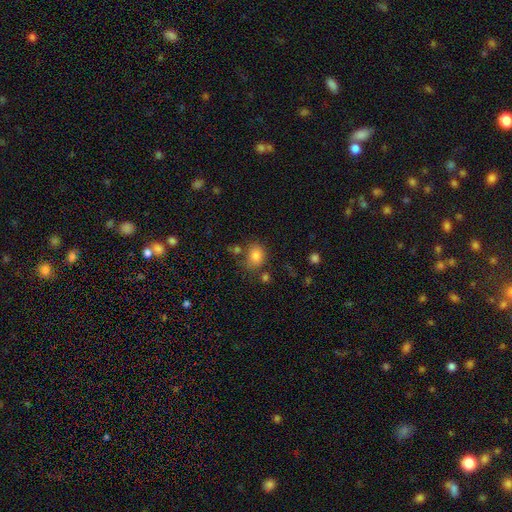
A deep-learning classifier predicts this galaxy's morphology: Smooth or featured: smooth — 81% (star or artifact — 11%)
How rounded: round — 54% (in between — 45%)
Merging: none — 65% (minor disturbance — 18%)